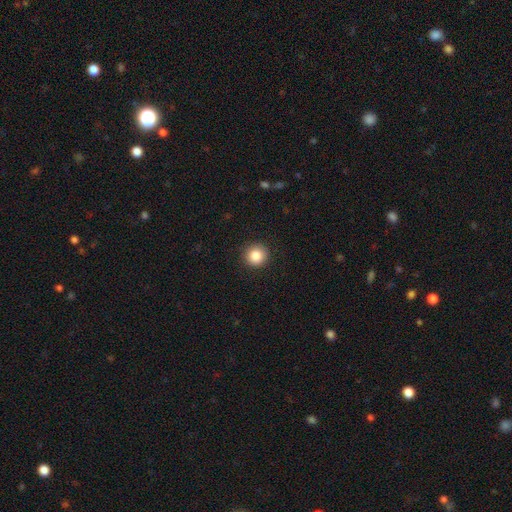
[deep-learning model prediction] Morphology: type=smooth (86%); roundness=round (94%); merging=none (91%).